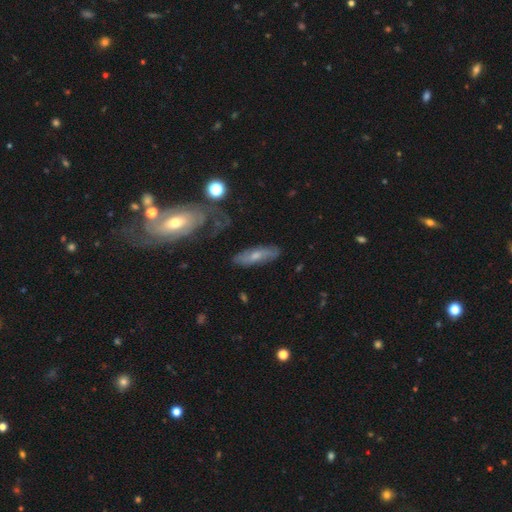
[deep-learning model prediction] Smooth or featured?
  - featured or disk: 51% *
  - smooth: 41%
  - star or artifact: 8%
Edge-on disk?
  - no: 66% *
  - yes: 34%
Merging?
  - none: 71% *
  - minor disturbance: 18%
  - major disturbance: 7%
  - merger: 4%